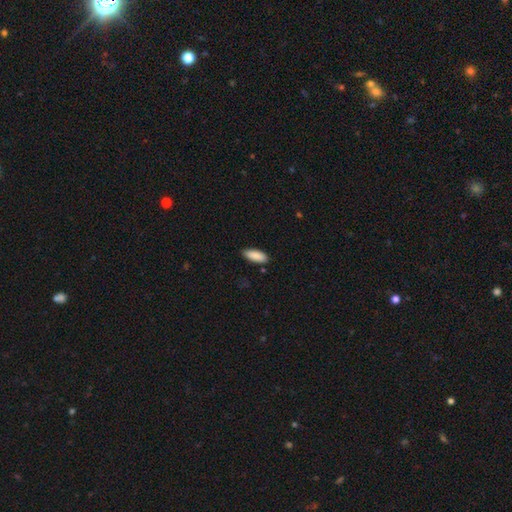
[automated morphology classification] The model was most divided on "how rounded": in between: 77%, cigar-shaped: 21%, round: 2%. More confident: smooth or featured — smooth (89%); merging — none (86%).